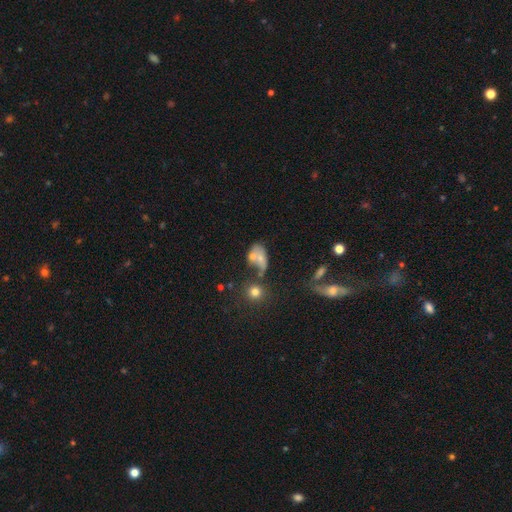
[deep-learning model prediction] Smooth or featured? Predicted: smooth (p=0.57). How rounded? Predicted: in between (p=0.77). Merging? Predicted: merger (p=0.47).